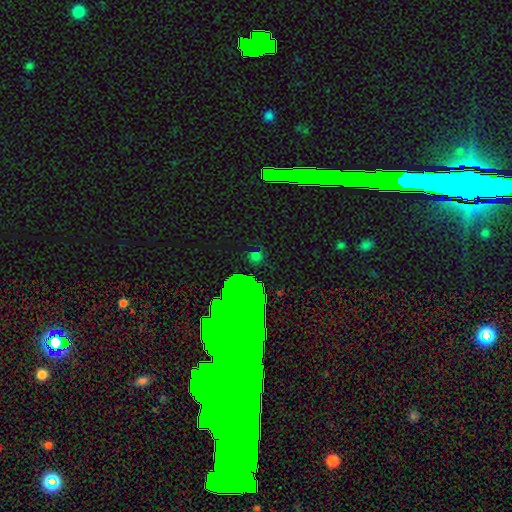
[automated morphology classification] Smooth or featured? Predicted: star or artifact (p=0.58).